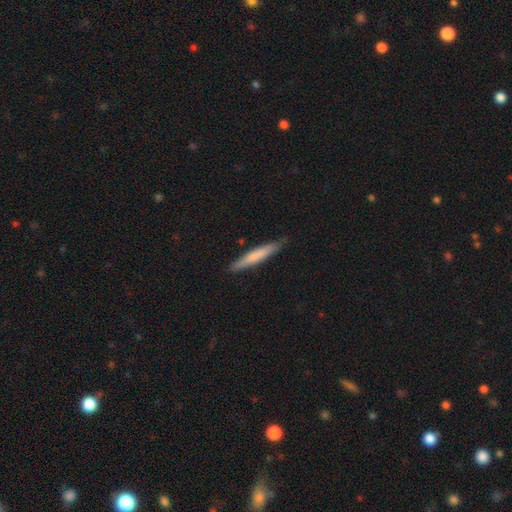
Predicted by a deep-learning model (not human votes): Q: Smooth or featured?
A: smooth (67%); runner-up: featured or disk (28%)
Q: How rounded?
A: cigar-shaped (95%); runner-up: in between (4%)
Q: Merging?
A: none (86%); runner-up: minor disturbance (11%)